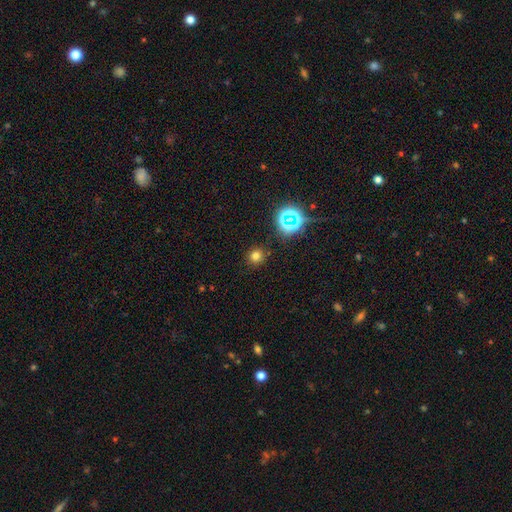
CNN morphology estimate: A smooth galaxy with no disk features (70%) that is round (90%). Merging: none (88%).